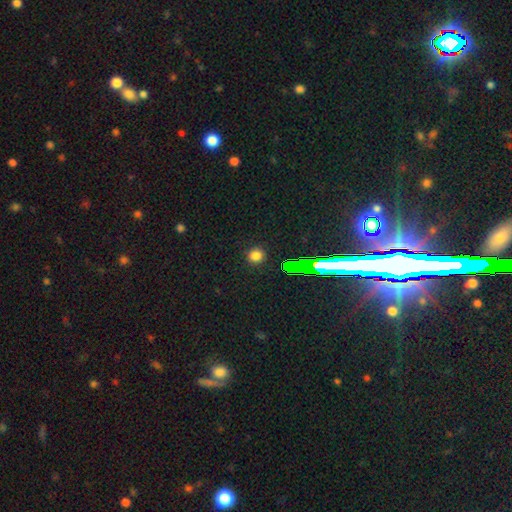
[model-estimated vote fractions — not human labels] The model was most divided on "smooth or featured": smooth: 76%, star or artifact: 19%, featured or disk: 5%. More confident: merging — none (91%); how rounded — round (91%).